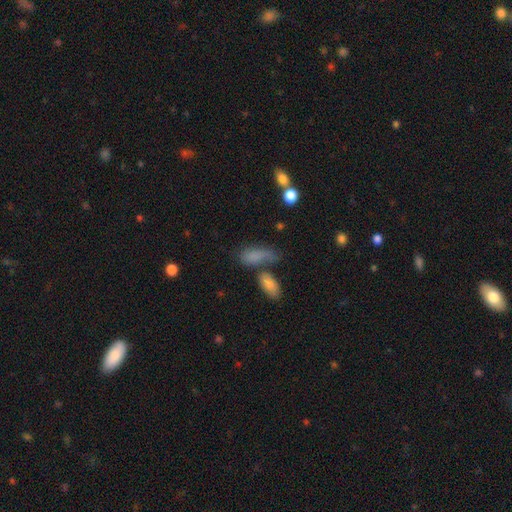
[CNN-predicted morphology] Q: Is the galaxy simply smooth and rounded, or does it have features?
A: smooth — 76%.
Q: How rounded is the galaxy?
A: in between — 77%.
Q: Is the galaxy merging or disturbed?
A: none — 38%.